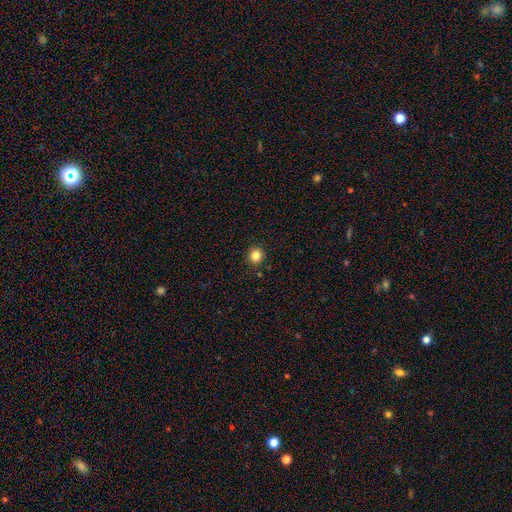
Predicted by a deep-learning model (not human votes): Smooth or featured? smooth (83%)
How rounded? round (91%)
Merging? none (91%)